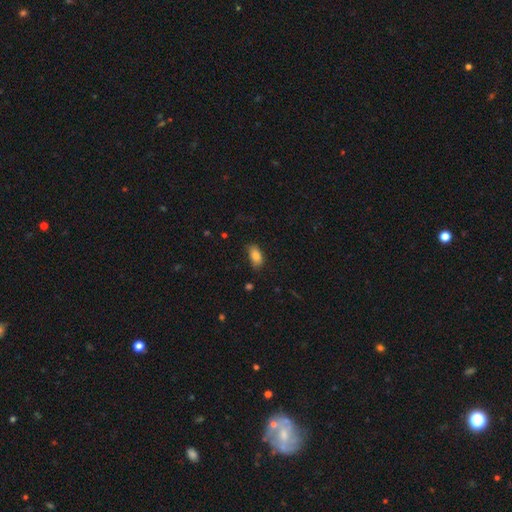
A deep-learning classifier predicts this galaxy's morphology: Smooth or featured?
  - smooth: 84% *
  - star or artifact: 9%
  - featured or disk: 7%
How rounded?
  - in between: 91% *
  - round: 6%
  - cigar-shaped: 4%
Merging?
  - none: 68% *
  - minor disturbance: 25%
  - major disturbance: 6%
  - merger: 2%